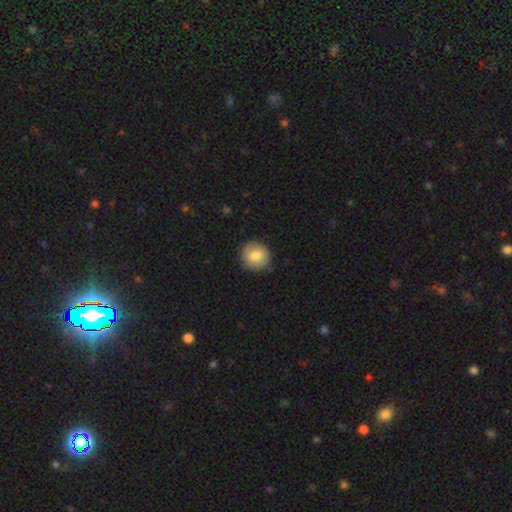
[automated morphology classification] type=smooth (77%); roundness=round (89%); merging=none (82%).